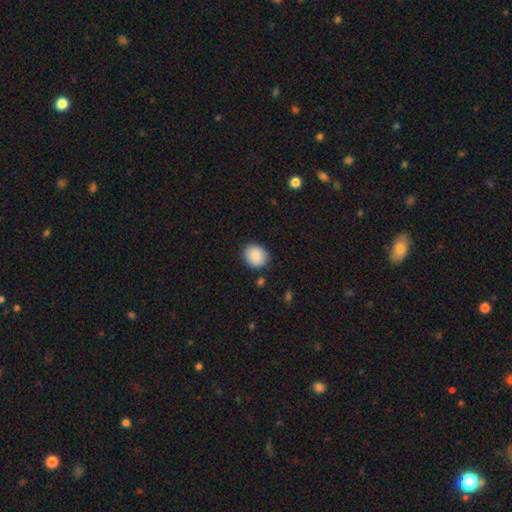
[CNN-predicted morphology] smooth_or_featured: smooth (p=0.87) [alt: star or artifact p=0.07]
how_rounded: round (p=0.71) [alt: in between p=0.28]
merging: none (p=0.86) [alt: minor disturbance p=0.10]